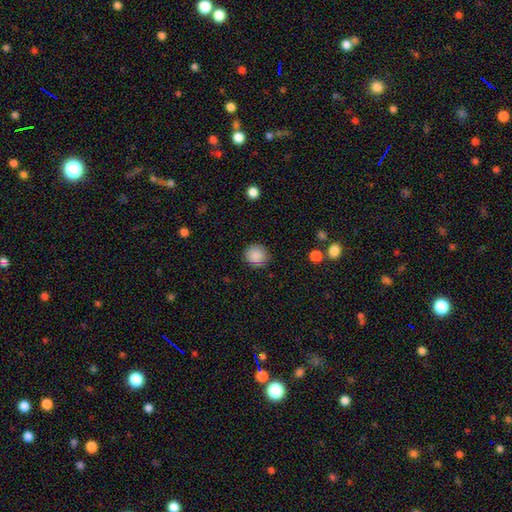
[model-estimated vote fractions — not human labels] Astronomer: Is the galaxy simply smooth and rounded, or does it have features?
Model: smooth — 87%.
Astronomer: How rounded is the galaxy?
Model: round — 91%.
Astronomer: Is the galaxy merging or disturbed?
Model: none — 87%.